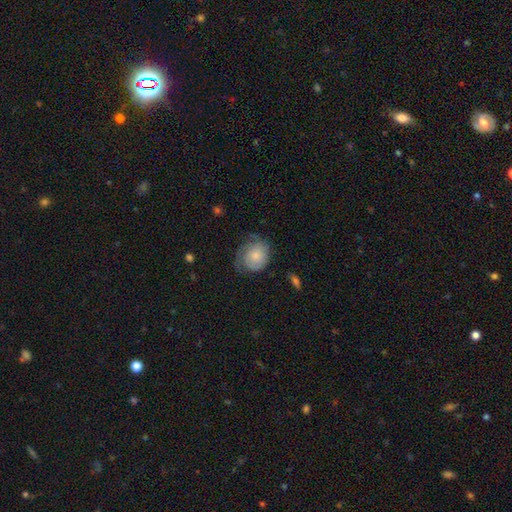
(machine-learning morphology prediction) Q: Smooth or featured?
A: smooth (55%); runner-up: featured or disk (38%)
Q: How rounded?
A: round (67%); runner-up: in between (32%)
Q: Merging?
A: none (52%); runner-up: minor disturbance (31%)